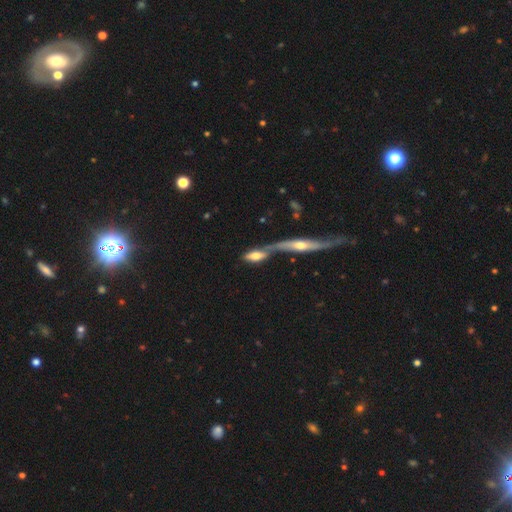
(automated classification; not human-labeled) A smooth galaxy with no disk features (62%) that is in between round and cigar-shaped (70%). Merging: merger (51%).